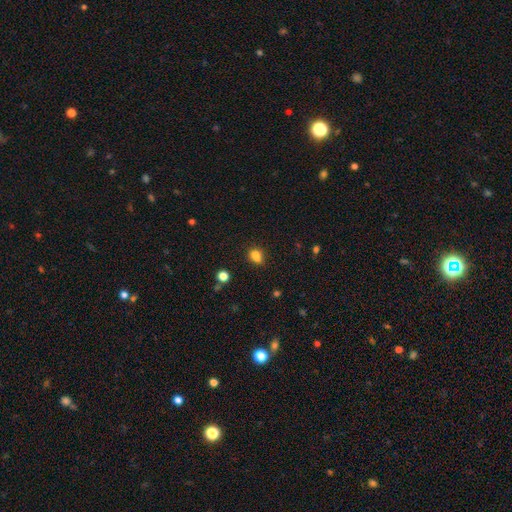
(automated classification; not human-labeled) Smooth or featured? Predicted: smooth (p=0.81). How rounded? Predicted: in between (p=0.59). Merging? Predicted: none (p=0.64).